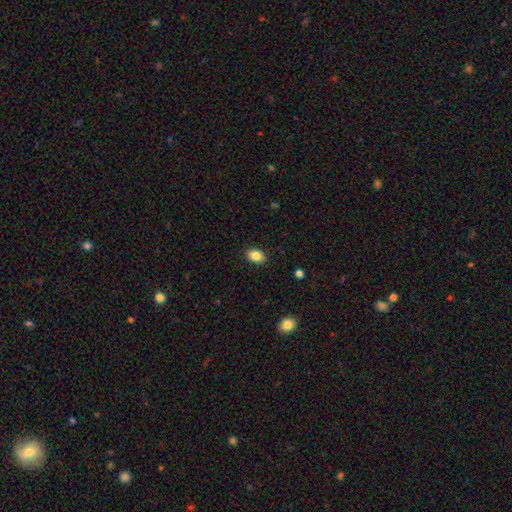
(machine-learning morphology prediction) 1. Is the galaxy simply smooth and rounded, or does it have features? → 85% smooth, 8% star or artifact, 7% featured or disk.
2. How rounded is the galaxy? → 82% in between, 17% round, 1% cigar-shaped.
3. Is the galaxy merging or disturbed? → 88% none, 9% minor disturbance, 2% major disturbance, 1% merger.